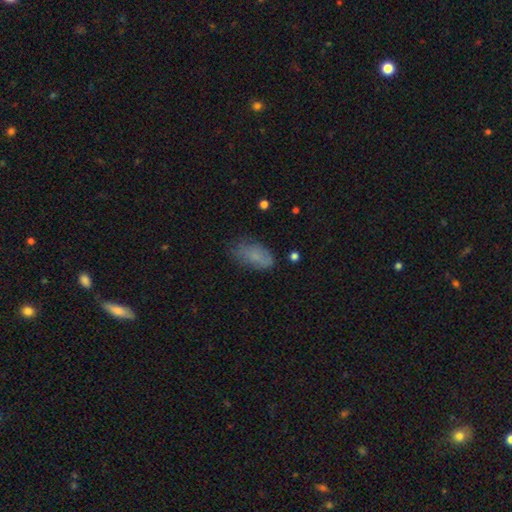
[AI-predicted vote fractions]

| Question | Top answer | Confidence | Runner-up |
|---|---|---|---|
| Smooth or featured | smooth | 76% | featured or disk (15%) |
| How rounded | in between | 91% | cigar-shaped (5%) |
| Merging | none | 59% | minor disturbance (28%) |